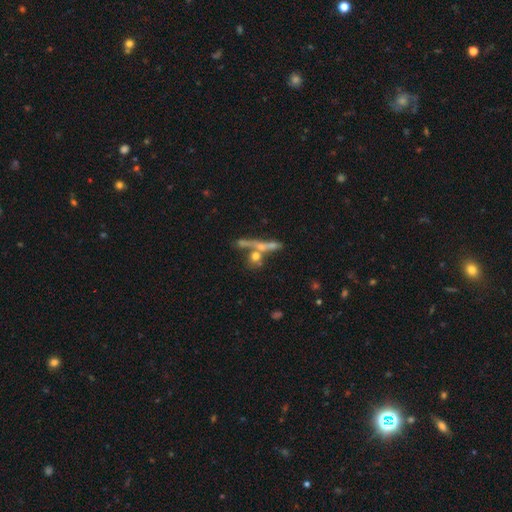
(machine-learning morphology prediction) Smooth or featured?
  - featured or disk: 47% *
  - smooth: 34%
  - star or artifact: 19%
Merging?
  - none: 49% *
  - merger: 34%
  - minor disturbance: 10%
  - major disturbance: 8%